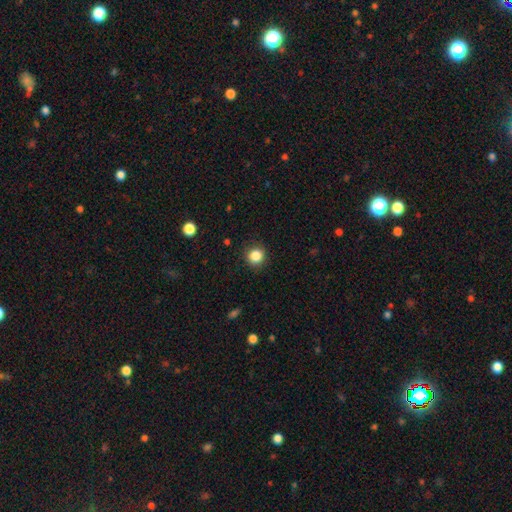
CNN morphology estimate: Overall: smooth (85%). How rounded: round (91%). Merging: none (89%).